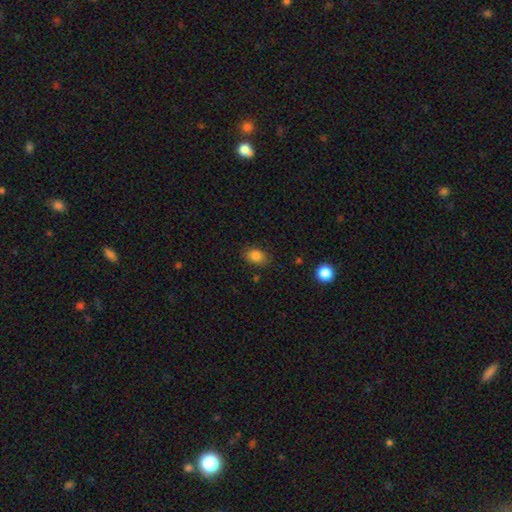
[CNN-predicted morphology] This is clearly a smooth galaxy (85%). How rounded: likely in between (72%). Merging: clearly none (81%).